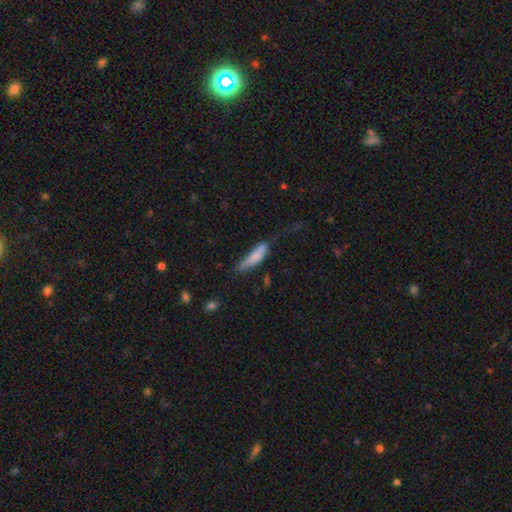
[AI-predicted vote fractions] Smooth or featured? smooth (75%)
How rounded? cigar-shaped (64%)
Merging? none (36%)